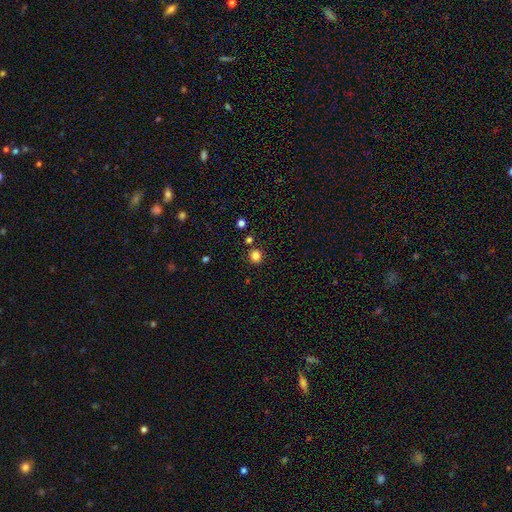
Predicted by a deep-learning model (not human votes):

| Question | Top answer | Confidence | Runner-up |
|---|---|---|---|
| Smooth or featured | smooth | 82% | star or artifact (13%) |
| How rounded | round | 90% | in between (9%) |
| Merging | none | 85% | minor disturbance (7%) |